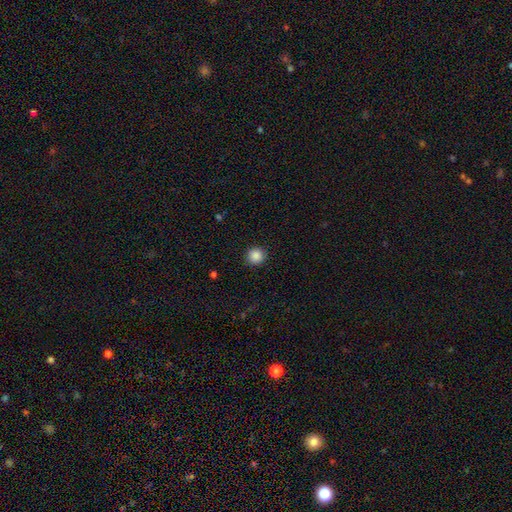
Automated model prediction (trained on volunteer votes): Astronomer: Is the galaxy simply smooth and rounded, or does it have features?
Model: smooth — 87%.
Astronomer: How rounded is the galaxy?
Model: round — 94%.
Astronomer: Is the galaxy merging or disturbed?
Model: none — 91%.